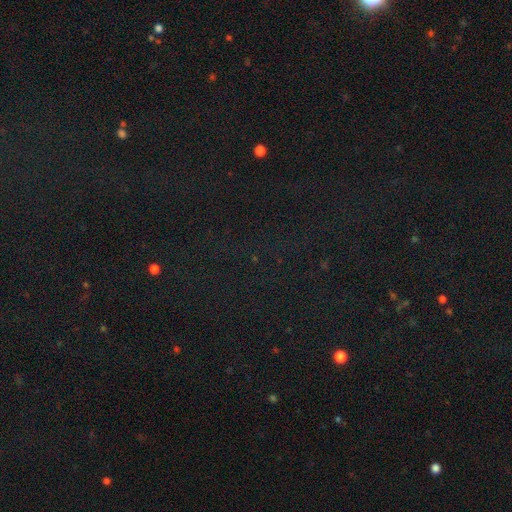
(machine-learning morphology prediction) Smooth or featured? star or artifact (80%)